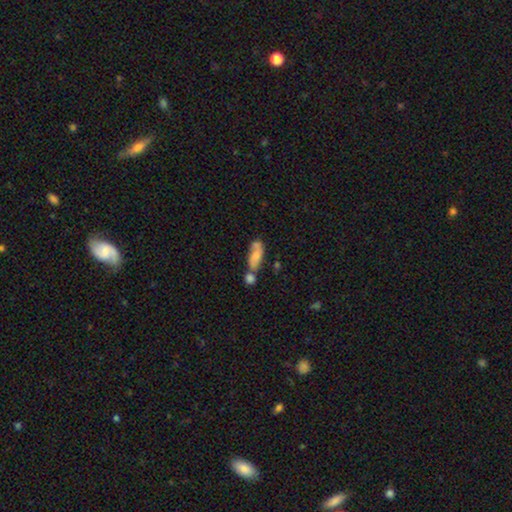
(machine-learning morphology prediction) Smooth or featured? smooth (61%)
How rounded? in between (74%)
Merging? merger (44%)